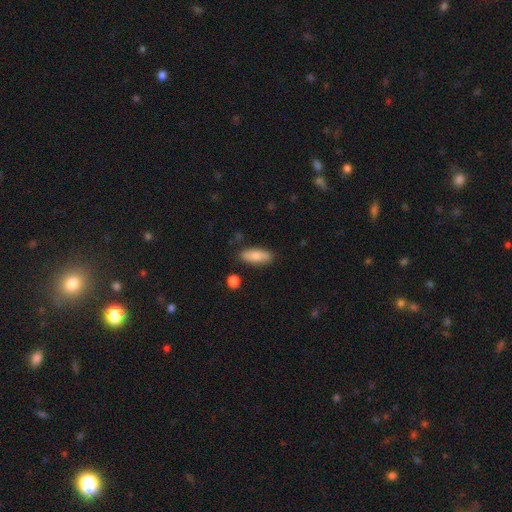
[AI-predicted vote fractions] Overall: smooth (77%). How rounded: in between (69%). Merging: none (83%).